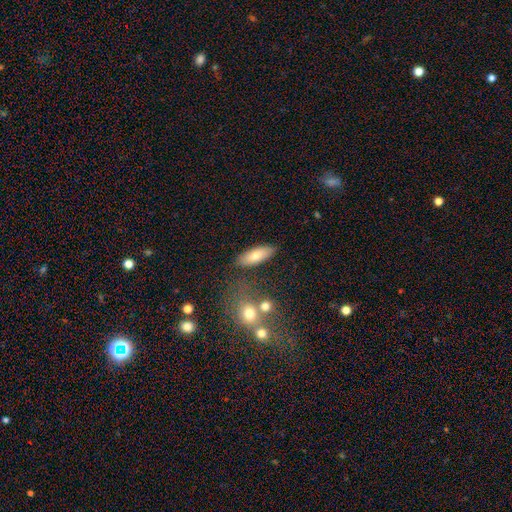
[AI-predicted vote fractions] This is likely a smooth galaxy (75%). How rounded: likely in between (68%). Merging: likely none (79%).